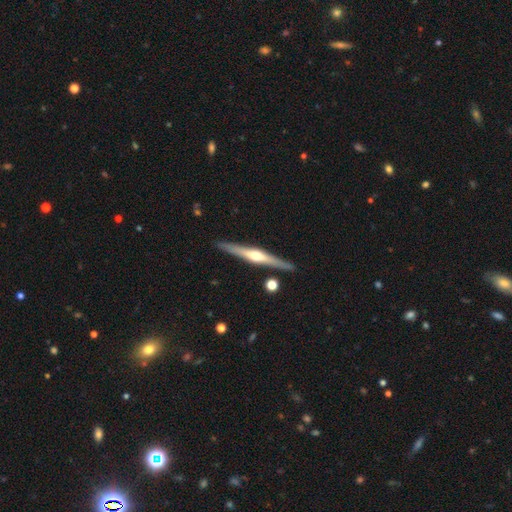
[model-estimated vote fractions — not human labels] Overall: featured or disk (74%). Edge-on disk: yes (98%). Edge-on bulge: rounded (90%). Merging: none (89%).